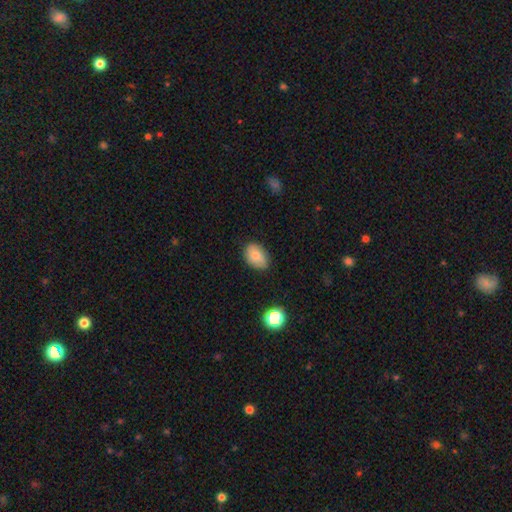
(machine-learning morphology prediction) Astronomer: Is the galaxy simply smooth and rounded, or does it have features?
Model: smooth — 81%.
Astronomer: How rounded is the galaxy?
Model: in between — 80%.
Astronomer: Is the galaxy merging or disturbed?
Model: none — 77%.